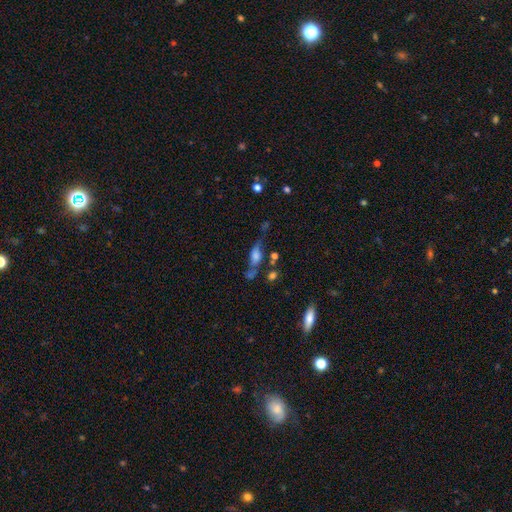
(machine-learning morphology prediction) Q: Smooth or featured?
A: featured or disk (47%); runner-up: smooth (40%)
Q: Merging?
A: none (44%); runner-up: minor disturbance (22%)